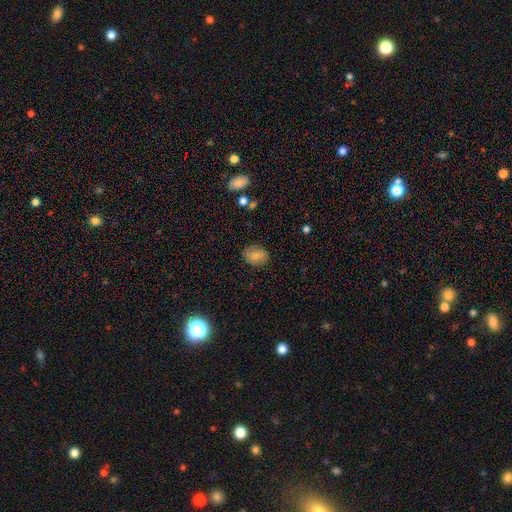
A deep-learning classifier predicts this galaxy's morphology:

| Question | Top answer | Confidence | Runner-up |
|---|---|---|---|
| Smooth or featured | smooth | 80% | featured or disk (11%) |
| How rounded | in between | 61% | round (37%) |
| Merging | none | 85% | minor disturbance (11%) |